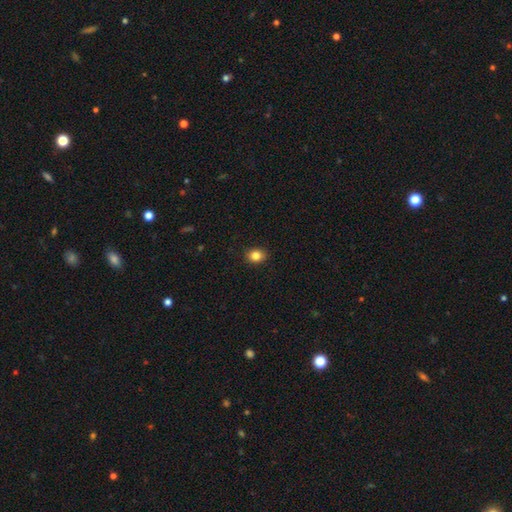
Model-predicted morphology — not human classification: Overall: smooth (84%). How rounded: round (59%; in between 40%). Merging: none (89%).